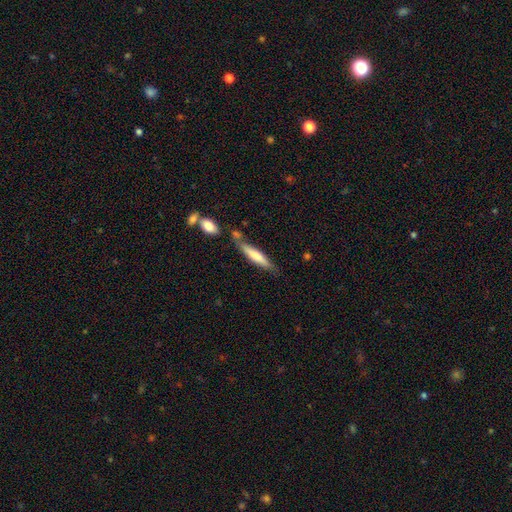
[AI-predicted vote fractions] smooth-or-featured: smooth: 68% | featured or disk: 27% | star or artifact: 5%
  how-rounded: cigar-shaped: 85% | in between: 14% | round: 1%
  merging: none: 63% | minor disturbance: 18% | merger: 14% | major disturbance: 5%